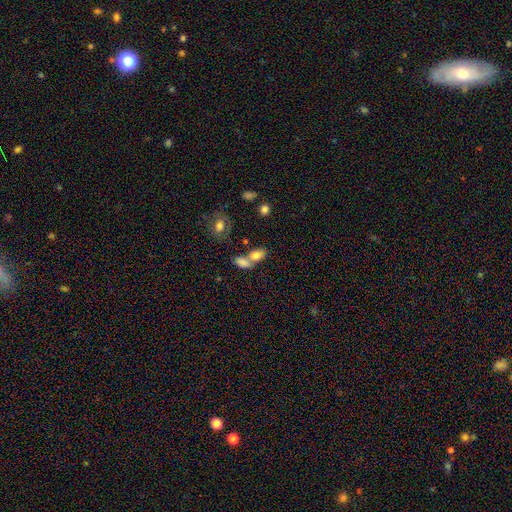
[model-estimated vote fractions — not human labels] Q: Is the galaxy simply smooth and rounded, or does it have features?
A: smooth — 77%.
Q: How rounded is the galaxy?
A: in between — 83%.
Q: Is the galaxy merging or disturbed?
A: merger — 54%.